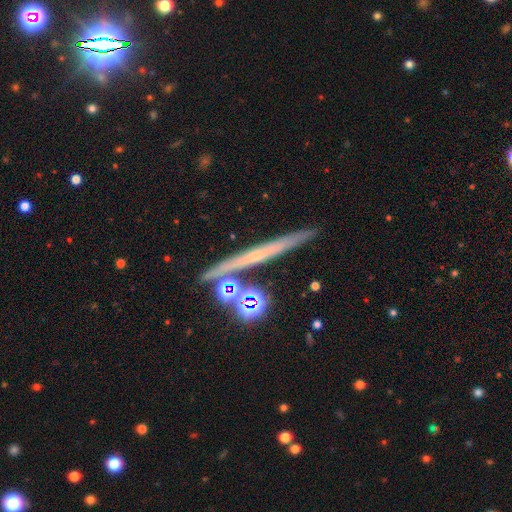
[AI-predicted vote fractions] smooth_or_featured: featured or disk (p=0.53) [alt: smooth p=0.26]
disk_edge_on: yes (p=0.90) [alt: no p=0.10]
merging: none (p=0.79) [alt: minor disturbance p=0.10]